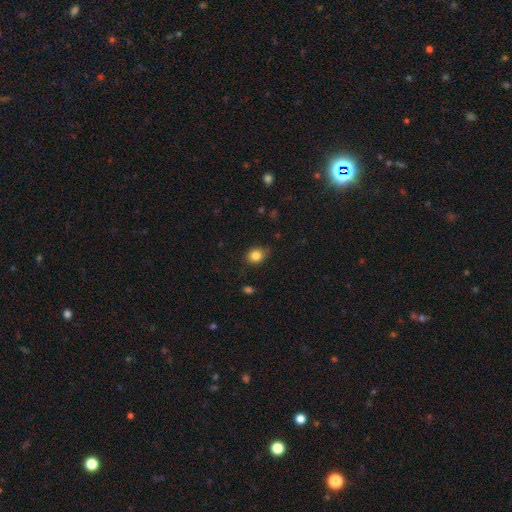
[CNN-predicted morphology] The model was most divided on "how rounded": round: 56%, in between: 43%, cigar-shaped: 1%. More confident: smooth or featured — smooth (83%); merging — none (73%).